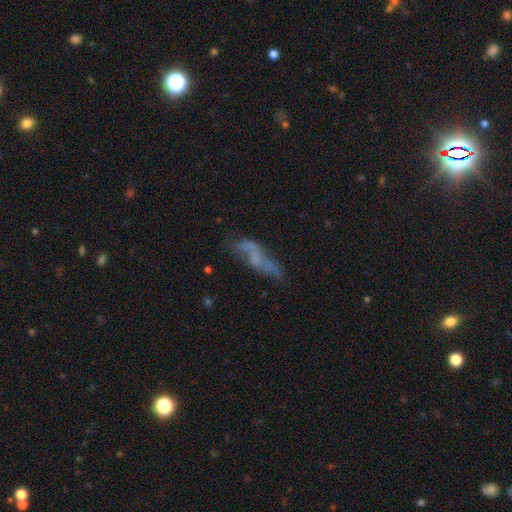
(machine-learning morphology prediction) The model was most divided on "smooth or featured": featured or disk: 48%, smooth: 38%, star or artifact: 14%. Remaining: merging — none (43%).